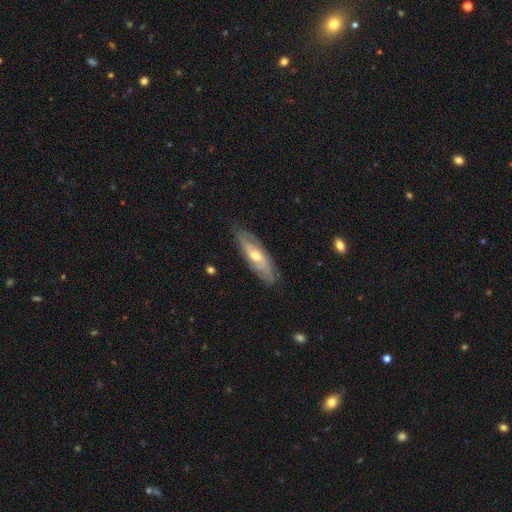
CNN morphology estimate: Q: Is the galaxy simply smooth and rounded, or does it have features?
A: featured or disk — 65%.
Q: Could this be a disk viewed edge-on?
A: no — 67%.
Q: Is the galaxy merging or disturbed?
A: none — 81%.